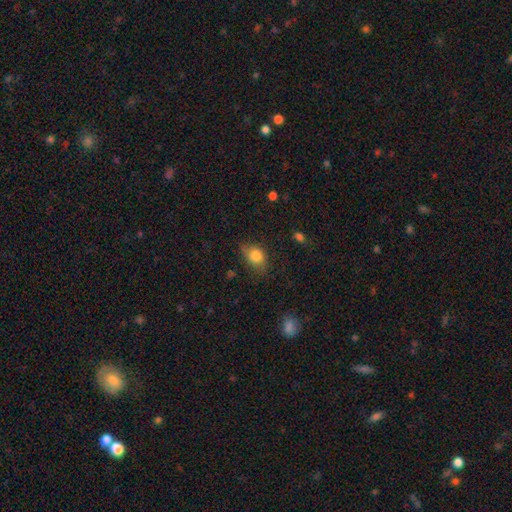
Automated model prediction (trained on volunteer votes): This appears to be a smooth galaxy with no disk features (82%) that is in between round and cigar-shaped (63%). Merging: none (63%).